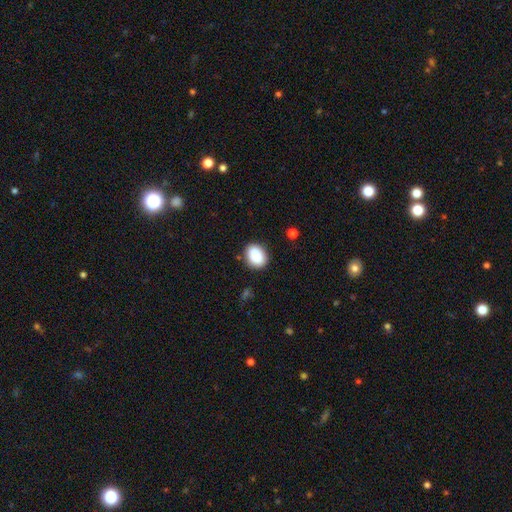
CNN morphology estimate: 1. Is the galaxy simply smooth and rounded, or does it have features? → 88% smooth, 8% star or artifact, 4% featured or disk.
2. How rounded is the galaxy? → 64% in between, 35% round, 1% cigar-shaped.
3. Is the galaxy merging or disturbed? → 82% none, 12% minor disturbance, 3% major disturbance, 2% merger.